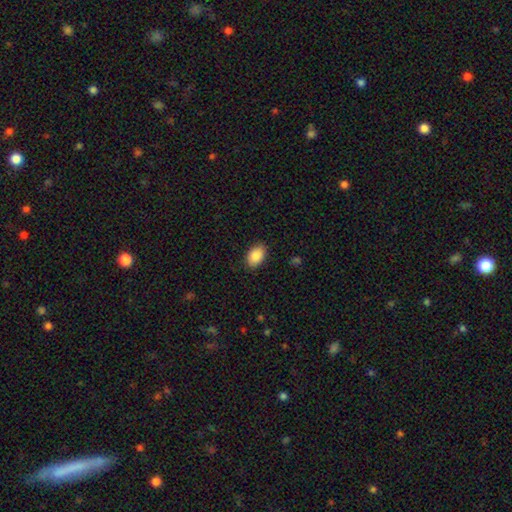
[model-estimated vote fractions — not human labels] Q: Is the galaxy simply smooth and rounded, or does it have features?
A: smooth — 88%.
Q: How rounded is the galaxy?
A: in between — 85%.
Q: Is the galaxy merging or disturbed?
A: none — 87%.